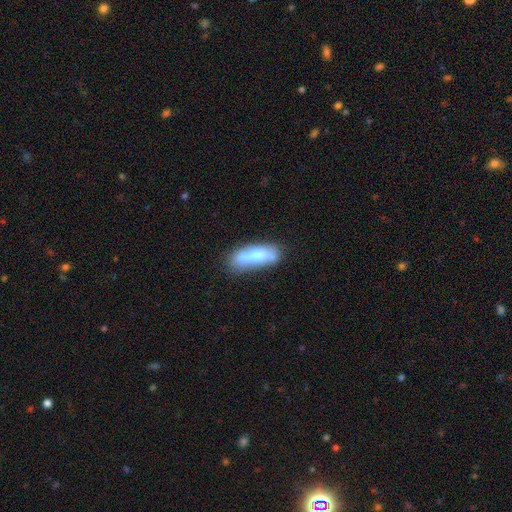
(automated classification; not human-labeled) Q: Smooth or featured?
A: smooth (58%); runner-up: featured or disk (36%)
Q: How rounded?
A: in between (61%); runner-up: cigar-shaped (37%)
Q: Merging?
A: none (47%); runner-up: merger (25%)